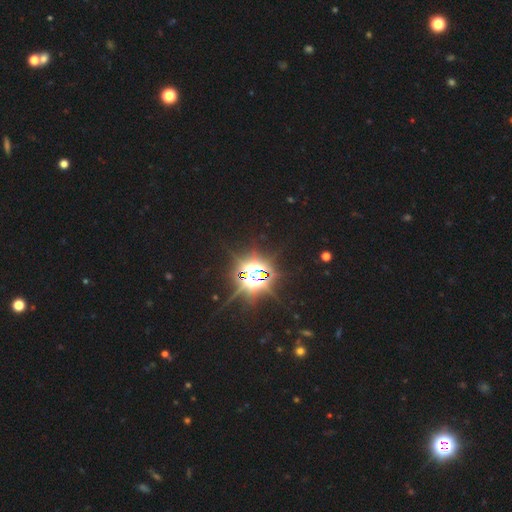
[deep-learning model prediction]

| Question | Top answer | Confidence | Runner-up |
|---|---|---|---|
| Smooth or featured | star or artifact | 82% | smooth (13%) |